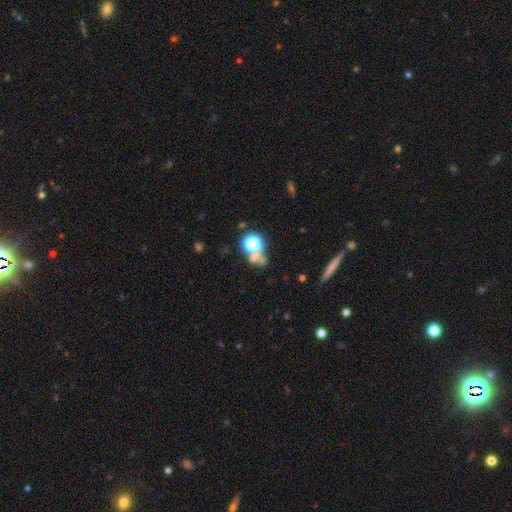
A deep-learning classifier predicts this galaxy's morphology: This appears to be a smooth galaxy with no disk features (51%) that is round (74%). Merging: none (43%).